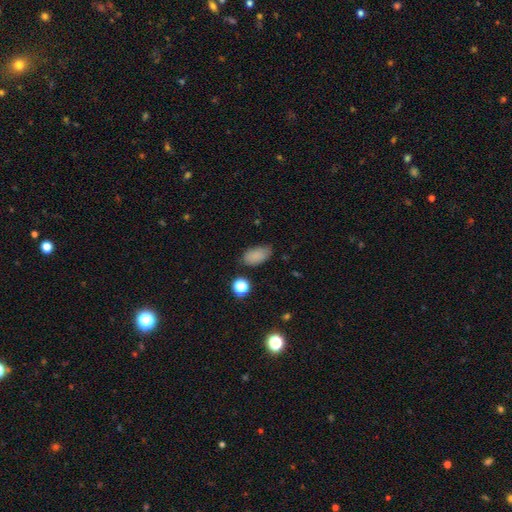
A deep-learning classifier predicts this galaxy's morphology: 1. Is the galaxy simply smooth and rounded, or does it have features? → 84% smooth, 10% star or artifact, 6% featured or disk.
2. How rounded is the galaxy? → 91% in between, 6% round, 3% cigar-shaped.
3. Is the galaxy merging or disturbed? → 75% none, 18% minor disturbance, 4% major disturbance, 3% merger.